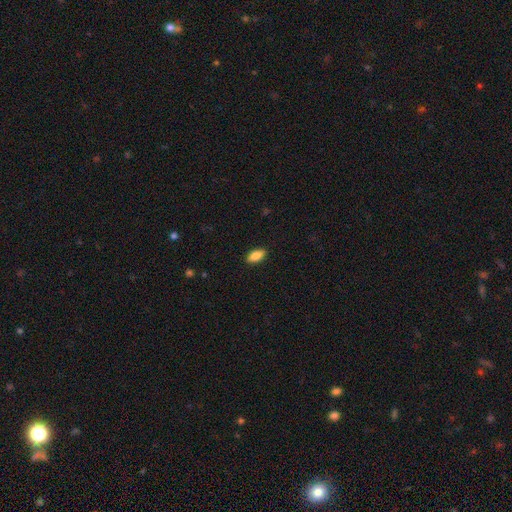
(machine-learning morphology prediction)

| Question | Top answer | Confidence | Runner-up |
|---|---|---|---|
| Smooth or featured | smooth | 84% | featured or disk (9%) |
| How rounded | in between | 88% | cigar-shaped (9%) |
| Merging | none | 89% | minor disturbance (9%) |